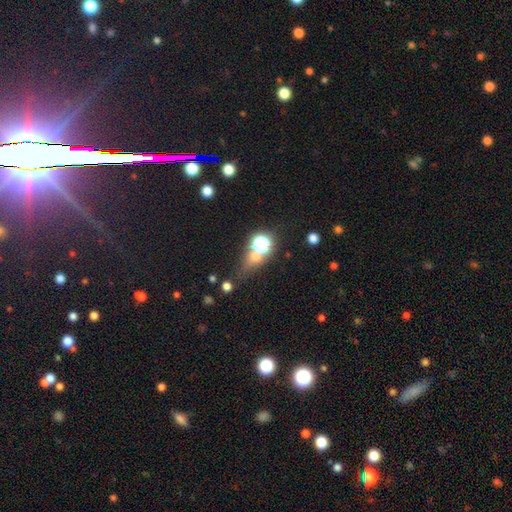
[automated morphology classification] Q: Smooth or featured?
A: smooth (48%); runner-up: star or artifact (39%)
Q: Merging?
A: none (57%); runner-up: merger (19%)